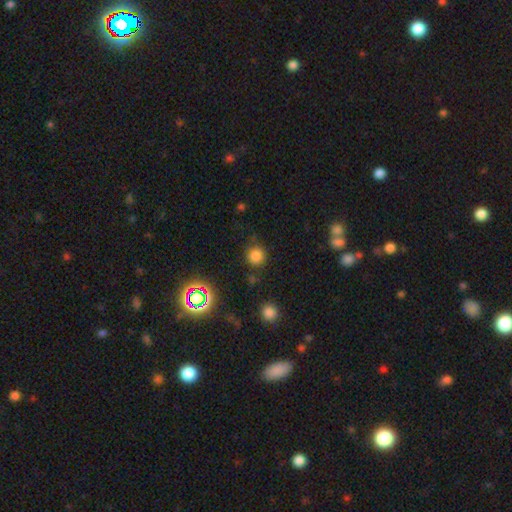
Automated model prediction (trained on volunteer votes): This is likely a smooth galaxy (77%). How rounded: clearly round (91%). Merging: clearly none (81%).